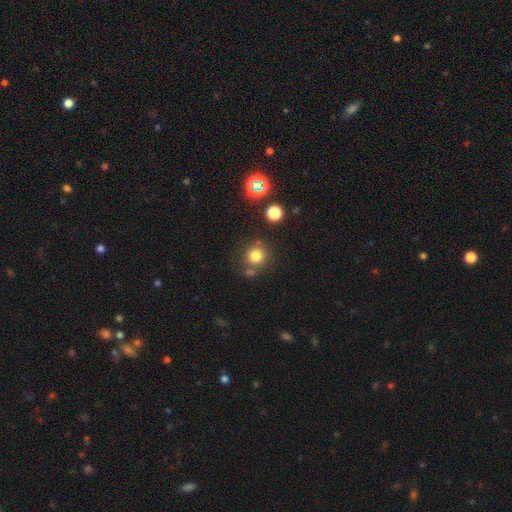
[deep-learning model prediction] Overall: smooth (78%). How rounded: round (91%). Merging: none (73%).